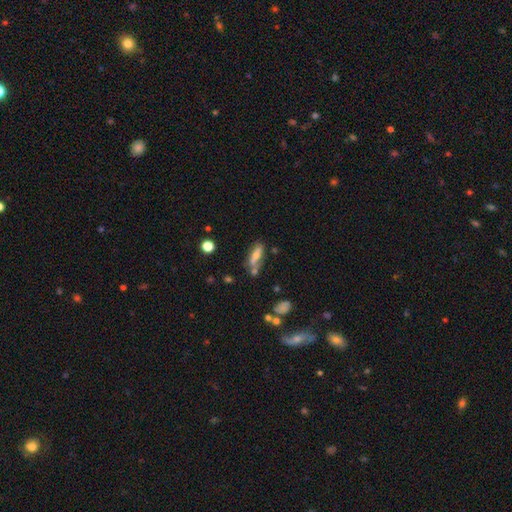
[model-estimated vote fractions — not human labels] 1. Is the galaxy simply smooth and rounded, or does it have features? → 60% smooth, 31% featured or disk, 10% star or artifact.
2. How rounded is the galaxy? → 52% in between, 45% cigar-shaped, 3% round.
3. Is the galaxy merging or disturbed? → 47% none, 22% minor disturbance, 21% merger, 10% major disturbance.